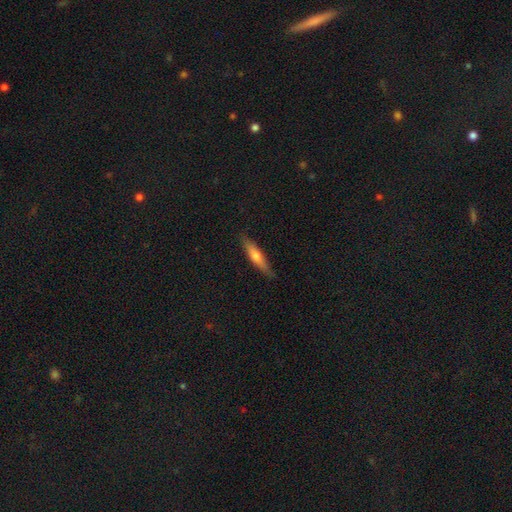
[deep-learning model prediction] Smooth or featured?
  - smooth: 53% *
  - featured or disk: 41%
  - star or artifact: 6%
How rounded?
  - cigar-shaped: 83% *
  - in between: 15%
  - round: 2%
Merging?
  - none: 86% *
  - minor disturbance: 11%
  - major disturbance: 2%
  - merger: 1%